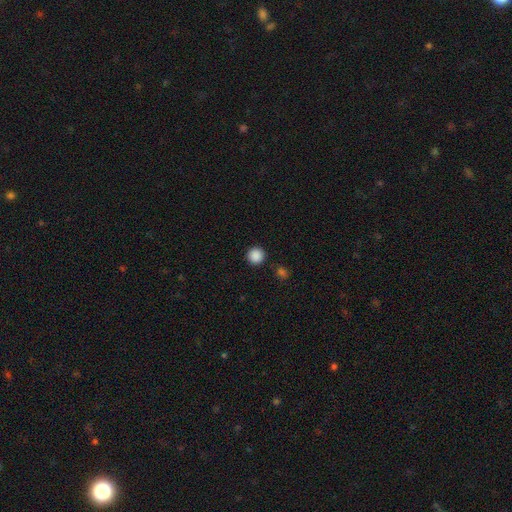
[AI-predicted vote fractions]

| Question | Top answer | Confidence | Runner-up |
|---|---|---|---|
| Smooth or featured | smooth | 87% | star or artifact (10%) |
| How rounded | round | 96% | in between (3%) |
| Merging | none | 91% | minor disturbance (5%) |